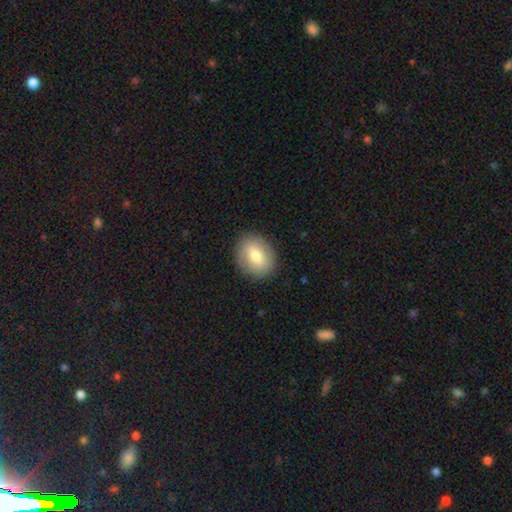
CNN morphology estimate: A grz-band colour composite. It shows a smooth galaxy with no disk features (72%) that is in between round and cigar-shaped (51%). Merging: none (88%).